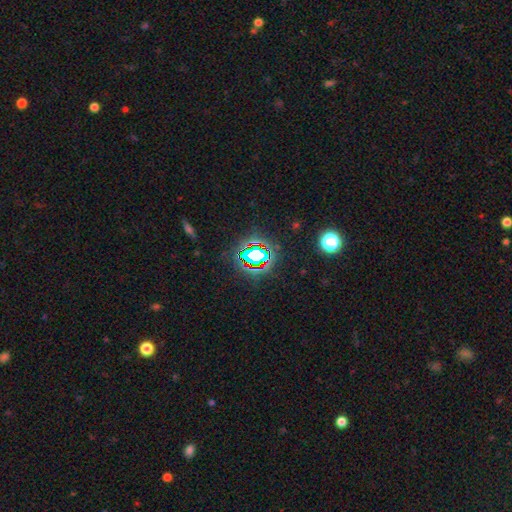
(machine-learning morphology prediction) Overall: star or artifact (71%).